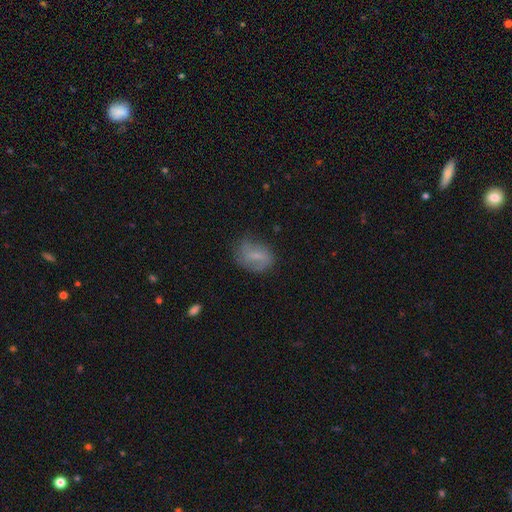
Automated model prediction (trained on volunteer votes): Smooth or featured: smooth — 55% (featured or disk — 36%)
How rounded: in between — 63% (round — 34%)
Merging: none — 62% (minor disturbance — 26%)